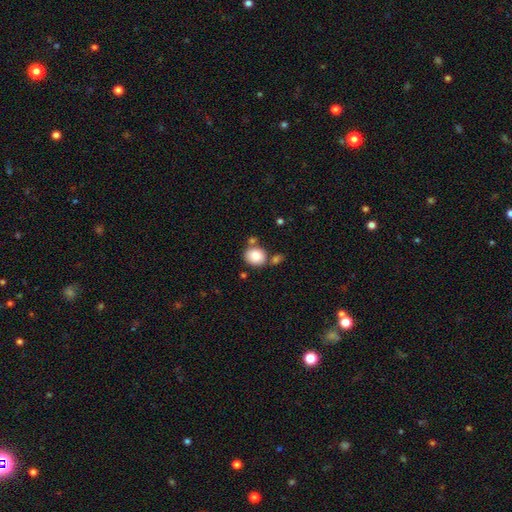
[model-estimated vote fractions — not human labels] The model was most divided on "how rounded": round: 70%, in between: 29%, cigar-shaped: 1%. More confident: smooth or featured — smooth (81%); merging — none (64%).